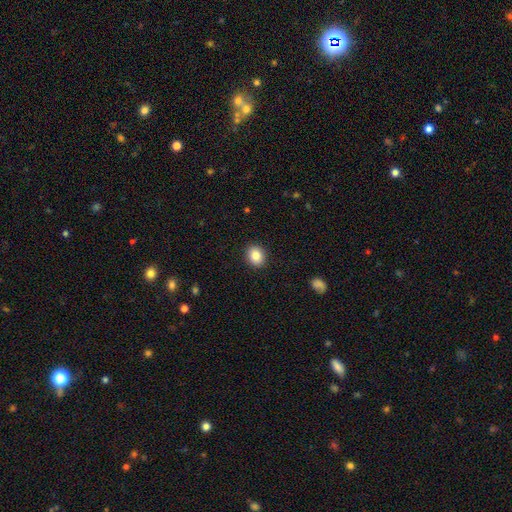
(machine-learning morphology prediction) A smooth galaxy with no disk features (85%) that is round (59%). Merging: none (91%).